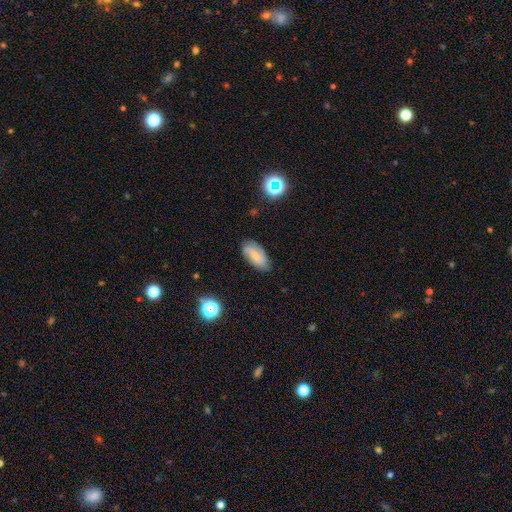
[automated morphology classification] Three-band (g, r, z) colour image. It shows a smooth galaxy with no disk features (57%) that is in between round and cigar-shaped (89%). Merging: none (80%).